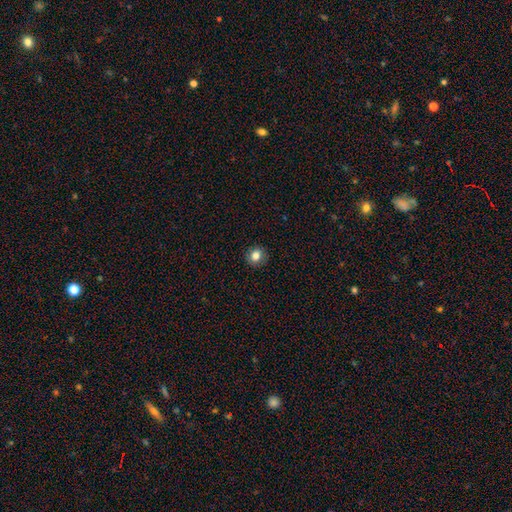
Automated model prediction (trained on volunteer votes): Smooth or featured: smooth — 81% (star or artifact — 11%)
How rounded: round — 86% (in between — 13%)
Merging: none — 91% (minor disturbance — 6%)